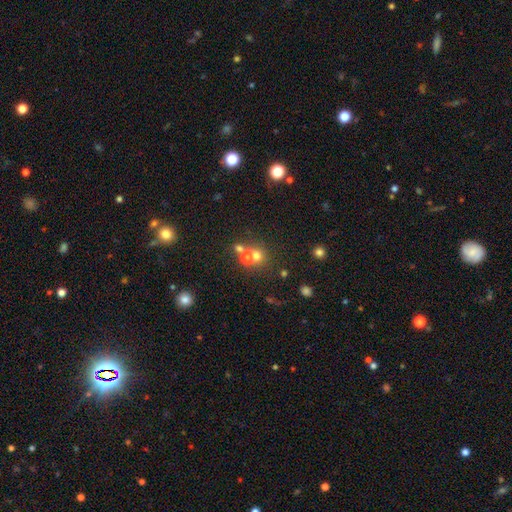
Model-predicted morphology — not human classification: smooth-or-featured: smooth: 62% | star or artifact: 20% | featured or disk: 18%
  how-rounded: round: 84% | in between: 15% | cigar-shaped: 1%
  merging: merger: 47% | none: 43% | minor disturbance: 6% | major disturbance: 4%